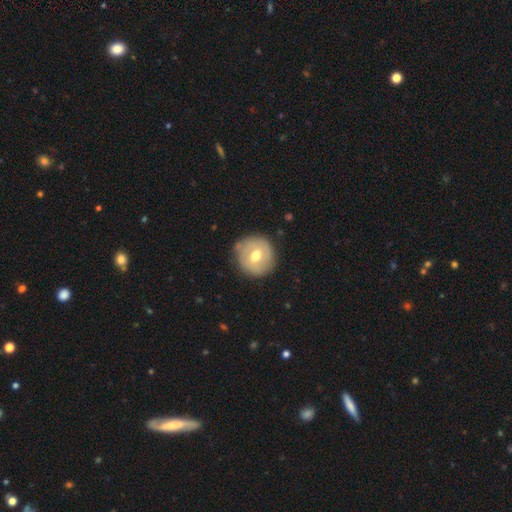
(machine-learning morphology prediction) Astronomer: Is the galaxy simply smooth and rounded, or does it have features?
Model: smooth — 54% (runner-up: featured or disk, 39%).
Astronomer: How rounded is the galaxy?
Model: round — 92%.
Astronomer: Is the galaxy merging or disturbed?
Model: none — 79%.